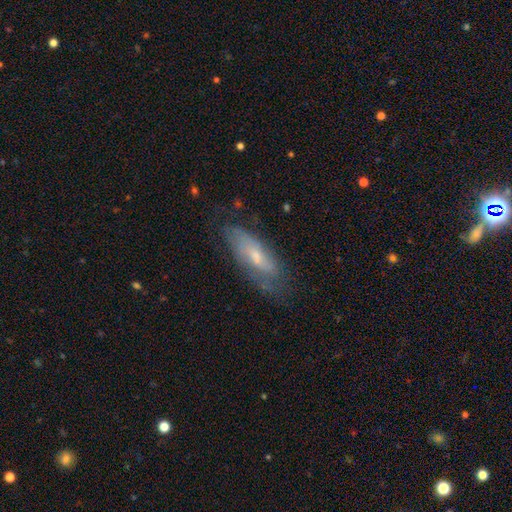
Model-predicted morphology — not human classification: smooth_or_featured: featured or disk (p=0.53) [alt: smooth p=0.40]
disk_edge_on: no (p=0.76) [alt: yes p=0.24]
merging: none (p=0.64) [alt: minor disturbance p=0.25]